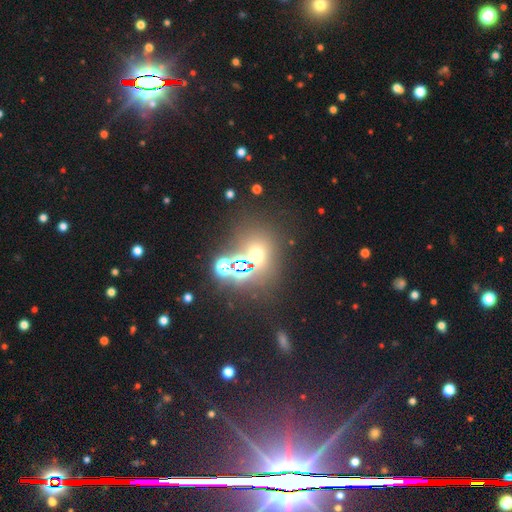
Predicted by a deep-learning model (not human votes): This is possibly a smooth galaxy (46%). Merging: likely none (66%).